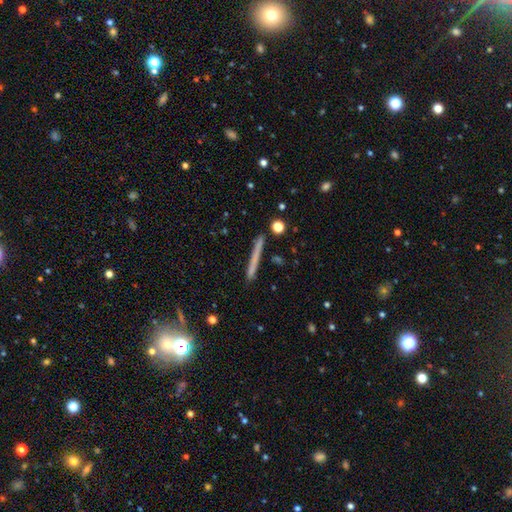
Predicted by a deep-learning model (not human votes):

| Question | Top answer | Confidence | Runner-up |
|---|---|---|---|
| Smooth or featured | smooth | 55% | featured or disk (36%) |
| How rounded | cigar-shaped | 96% | round (2%) |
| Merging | none | 87% | minor disturbance (9%) |